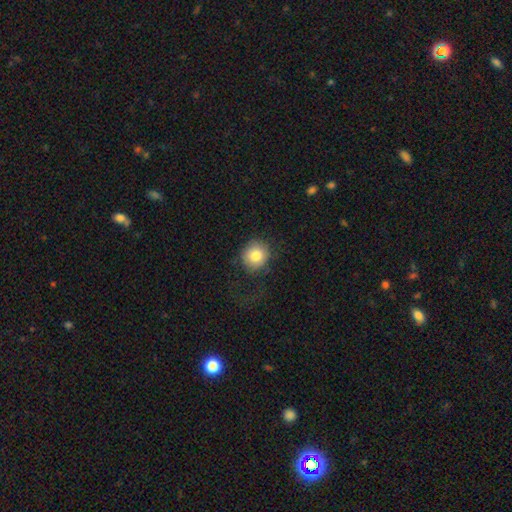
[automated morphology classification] Smooth or featured?
  - smooth: 83% *
  - featured or disk: 9%
  - star or artifact: 8%
How rounded?
  - round: 87% *
  - in between: 12%
  - cigar-shaped: 1%
Merging?
  - none: 70% *
  - minor disturbance: 16%
  - major disturbance: 12%
  - merger: 1%